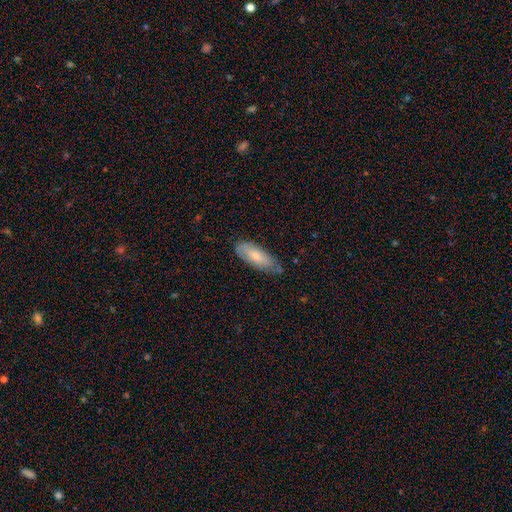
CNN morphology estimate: Smooth or featured? smooth (70%)
How rounded? in between (74%)
Merging? none (63%)